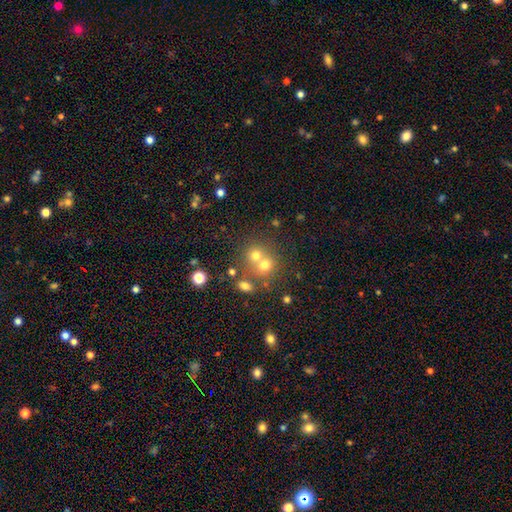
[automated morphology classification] Smooth or featured? Predicted: smooth (p=0.68). How rounded? Predicted: round (p=0.82). Merging? Predicted: merger (p=0.49).